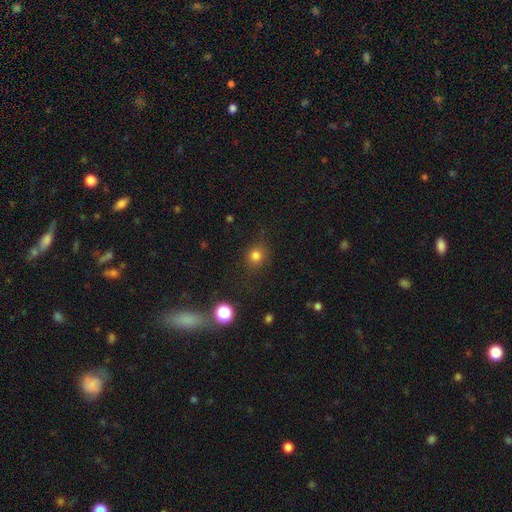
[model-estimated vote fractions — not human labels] A smooth galaxy with no disk features (80%) that is round (84%). Merging: none (83%).